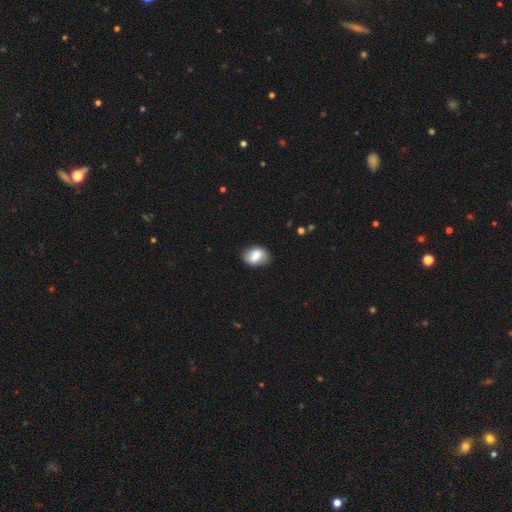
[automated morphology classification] Q: Smooth or featured?
A: smooth (76%); runner-up: featured or disk (16%)
Q: How rounded?
A: in between (71%); runner-up: round (27%)
Q: Merging?
A: none (78%); runner-up: minor disturbance (16%)